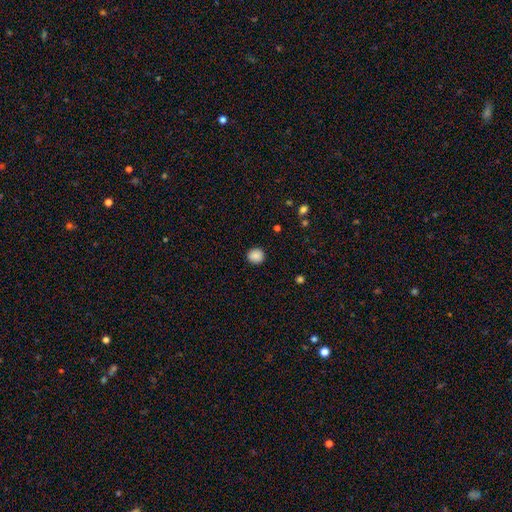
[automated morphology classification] Smooth or featured?
  - smooth: 88% *
  - star or artifact: 9%
  - featured or disk: 4%
How rounded?
  - round: 90% *
  - in between: 9%
  - cigar-shaped: 1%
Merging?
  - none: 91% *
  - minor disturbance: 6%
  - major disturbance: 2%
  - merger: 1%